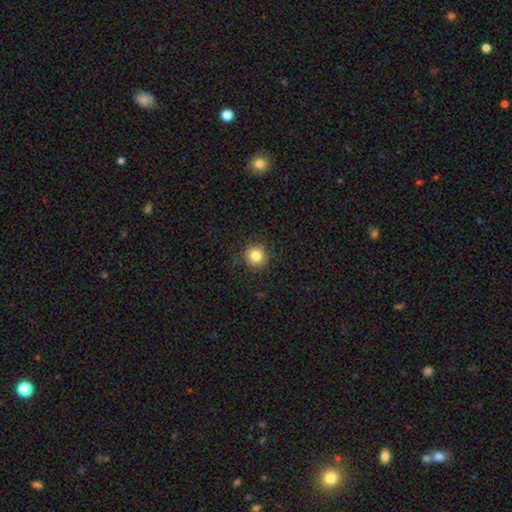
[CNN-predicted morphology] smooth 83%, star or artifact 11%, featured or disk 6%. Down the decision tree: how rounded — round (95%); merging — none (91%).